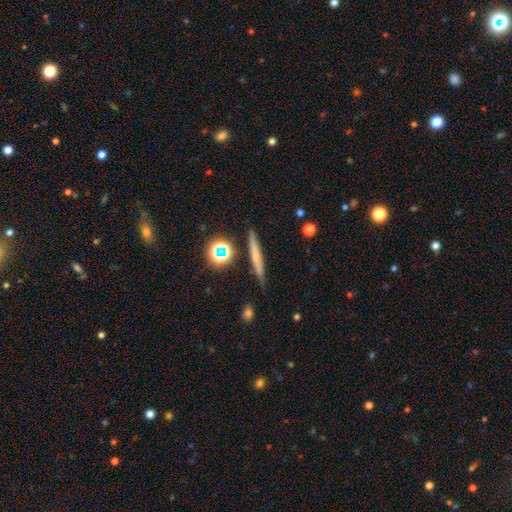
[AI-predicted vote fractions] smooth_or_featured: smooth (p=0.49) [alt: featured or disk p=0.38]
merging: none (p=0.84) [alt: minor disturbance p=0.11]